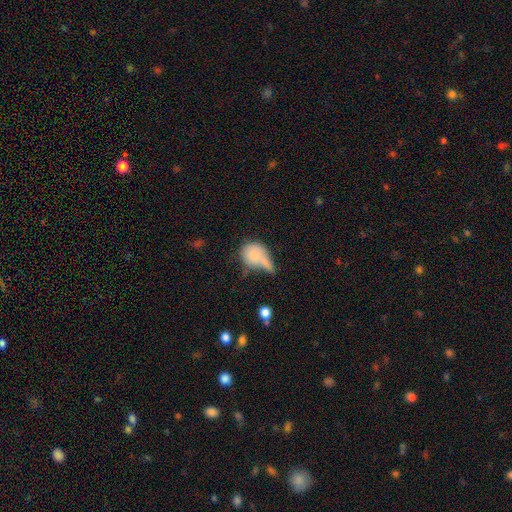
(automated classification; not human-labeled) smooth_or_featured: smooth (p=0.75) [alt: featured or disk p=0.16]
how_rounded: round (p=0.67) [alt: in between p=0.31]
merging: merger (p=0.30) [alt: none p=0.27]